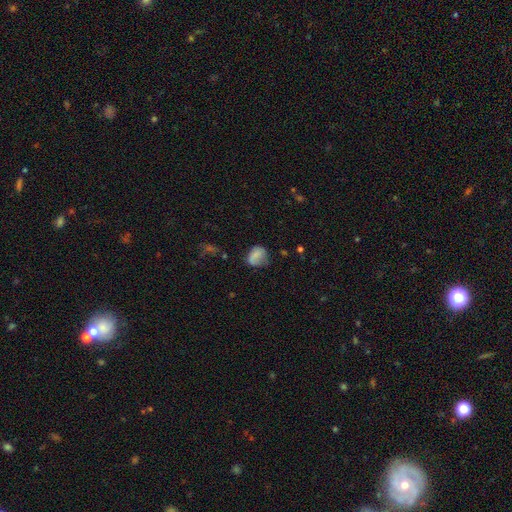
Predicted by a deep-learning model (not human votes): Smooth or featured: smooth — 77% (featured or disk — 12%)
How rounded: in between — 54% (round — 45%)
Merging: none — 51% (minor disturbance — 32%)